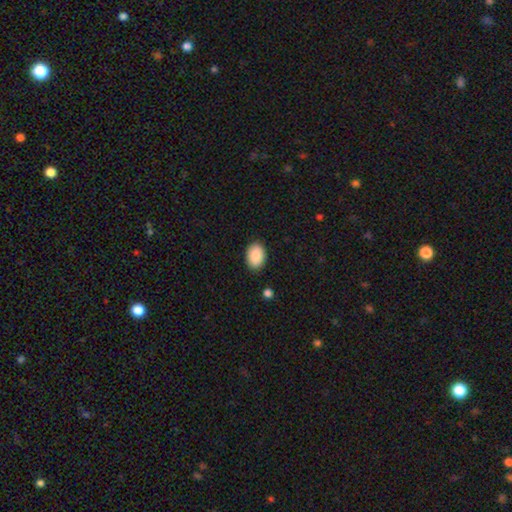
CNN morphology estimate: type=smooth (89%); roundness=in between (84%); merging=none (88%).